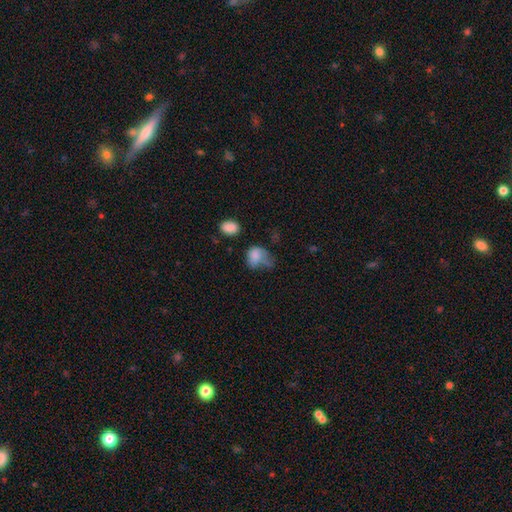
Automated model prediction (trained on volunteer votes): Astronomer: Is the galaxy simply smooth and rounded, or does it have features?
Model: smooth — 75%.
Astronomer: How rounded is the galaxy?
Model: in between — 58% (runner-up: round, 41%).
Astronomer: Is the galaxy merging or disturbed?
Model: major disturbance — 35% (runner-up: minor disturbance, 30%).